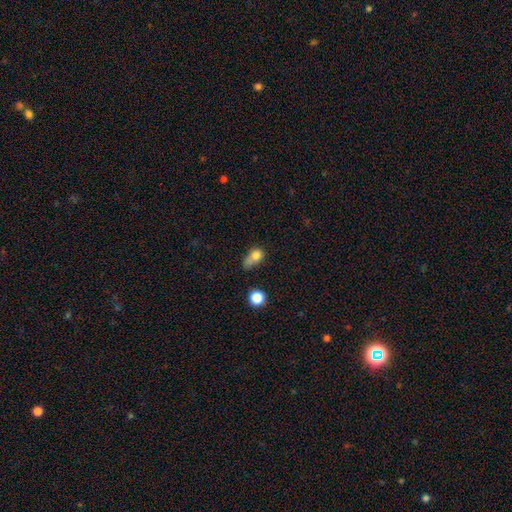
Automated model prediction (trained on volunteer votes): The model was most divided on "merging" (3-way tie): major disturbance: 26%, minor disturbance: 26%, none: 26%, merger: 21%. Remaining: smooth or featured — smooth (75%); how rounded — in between (49%).